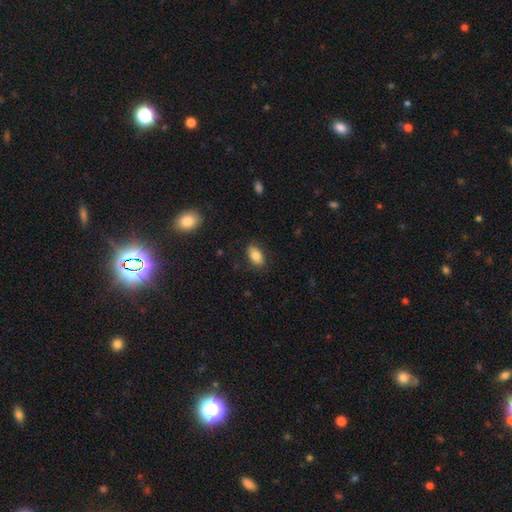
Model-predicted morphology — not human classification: The model was most divided on "smooth or featured": smooth: 82%, featured or disk: 11%, star or artifact: 7%. More confident: how rounded — in between (91%); merging — none (84%).